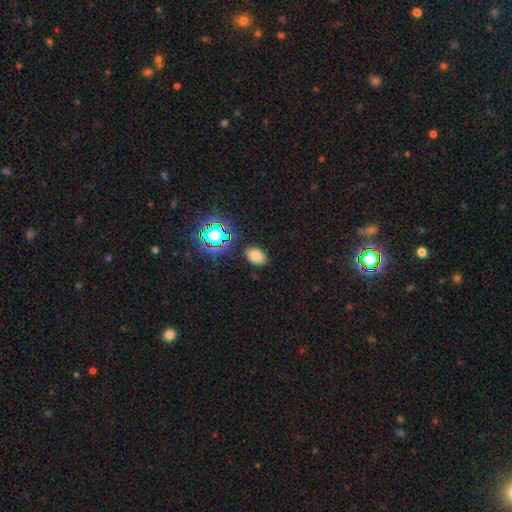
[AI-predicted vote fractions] Smooth or featured? Predicted: smooth (p=0.73). How rounded? Predicted: in between (p=0.85). Merging? Predicted: none (p=0.86).